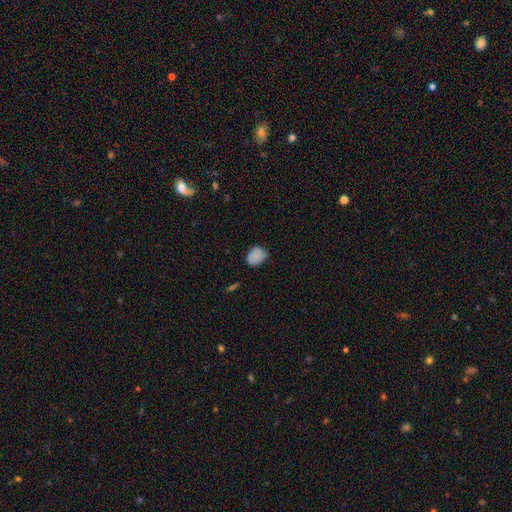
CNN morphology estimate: The model was most divided on "how rounded": in between: 60%, round: 39%, cigar-shaped: 1%. More confident: smooth or featured — smooth (84%); merging — none (71%).